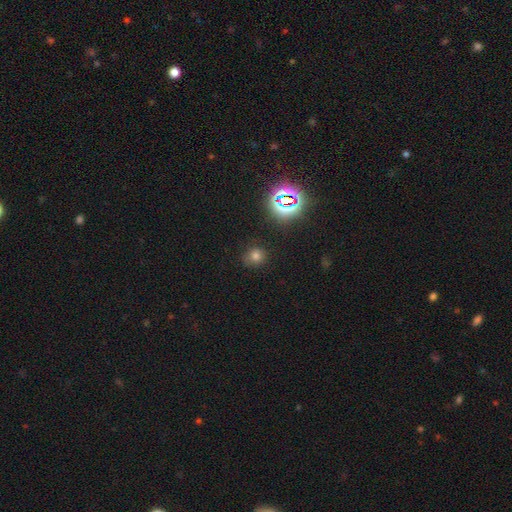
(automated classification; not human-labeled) Overall: smooth (69%). How rounded: round (82%). Merging: none (79%).